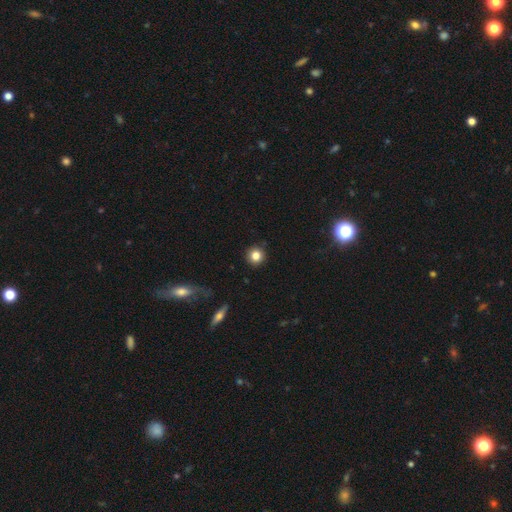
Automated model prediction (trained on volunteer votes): Overall: smooth (83%). How rounded: round (94%). Merging: none (91%).